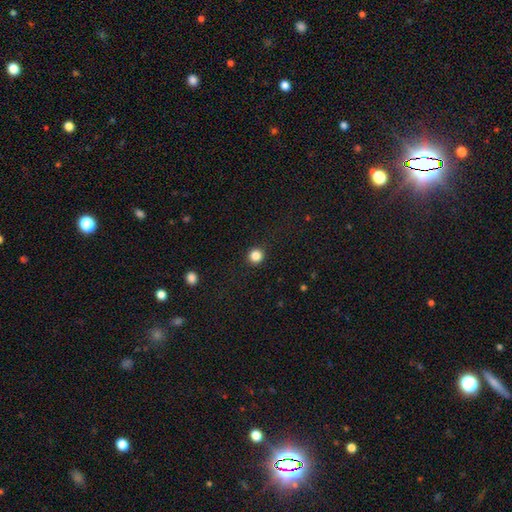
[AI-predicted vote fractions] smooth 85%, star or artifact 11%, featured or disk 4%. Down the decision tree: how rounded — round (94%); merging — none (93%).